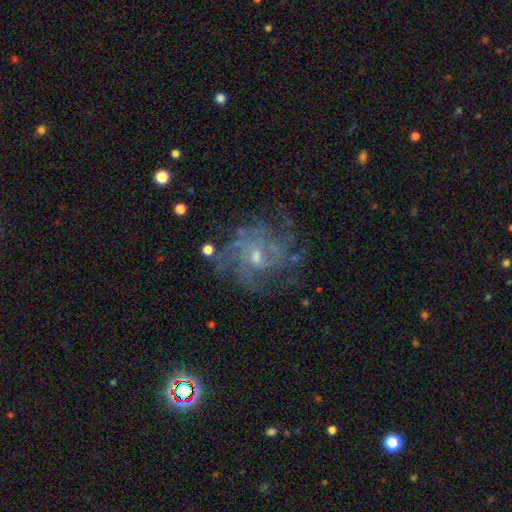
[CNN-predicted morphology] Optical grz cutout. It shows a featured or disk galaxy (81%) with no bar (59%), medium (42%, tied with tight) spiral arms (89%) and a small central bulge (53%). Merging: none (64%).